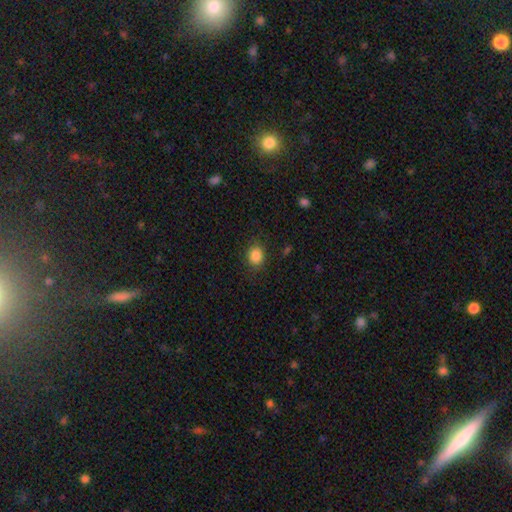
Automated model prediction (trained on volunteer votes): The model was most divided on "how rounded": round: 65%, in between: 34%, cigar-shaped: 1%. More confident: smooth or featured — smooth (86%); merging — none (85%).